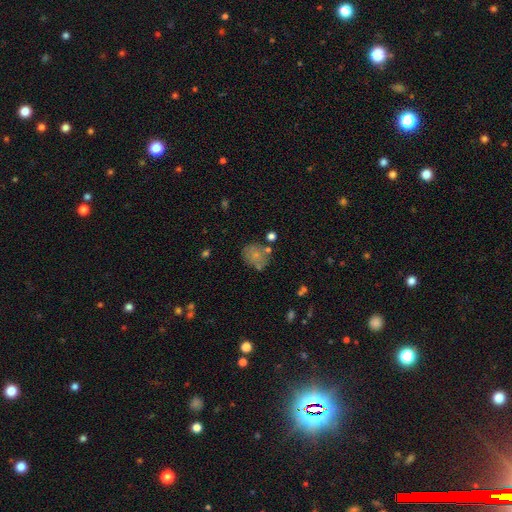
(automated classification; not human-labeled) A smooth galaxy with no disk features (68%) that is round (69%). Merging: none (63%).